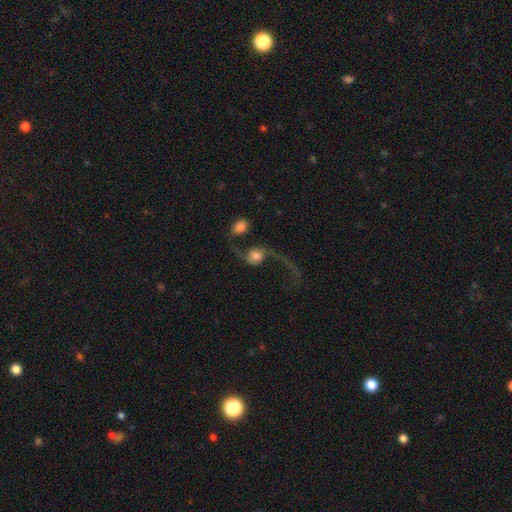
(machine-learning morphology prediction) A featured or disk galaxy (66%) with no bar (73%), 2 (76%) loose (91%) spiral arms (86%) and a moderate central bulge (40%).

Vote fractions:
- Smooth or featured? featured or disk: 66% / smooth: 26% / star or artifact: 8%
- Edge-on disk? no: 95% / yes: 5%
- Bar? no: 73% / weak: 21% / strong: 6%
- Spiral arms? yes: 86% / no: 14%
- Spiral winding? loose: 91% / medium: 7% / tight: 2%
- Spiral arm count? 2: 76% / 1: 19% / can't tell: 2% / 3: 1% / 4: 1% / more than 4: 1%
- Bulge size? moderate: 40% / large: 27% / small: 17% / dominant: 10% / none: 5%
- Merging? major disturbance: 32% / none: 29% / merger: 28% / minor disturbance: 11%